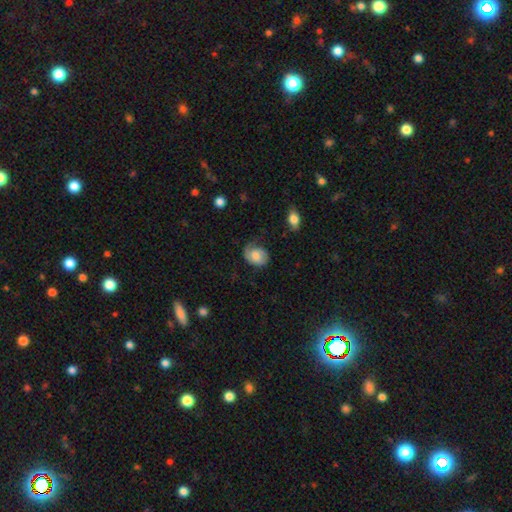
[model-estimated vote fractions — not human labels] This appears to be a smooth galaxy with no disk features (53%) that is in between round and cigar-shaped (56%). Merging: none (48%).